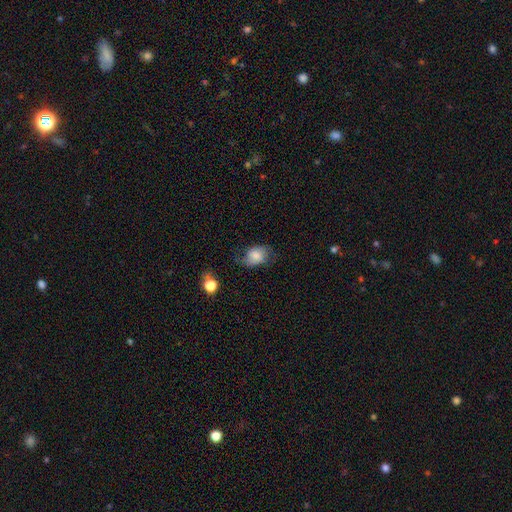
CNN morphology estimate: This appears to be a smooth galaxy with no disk features (68%) that is in between round and cigar-shaped (74%). Merging: none (53%).